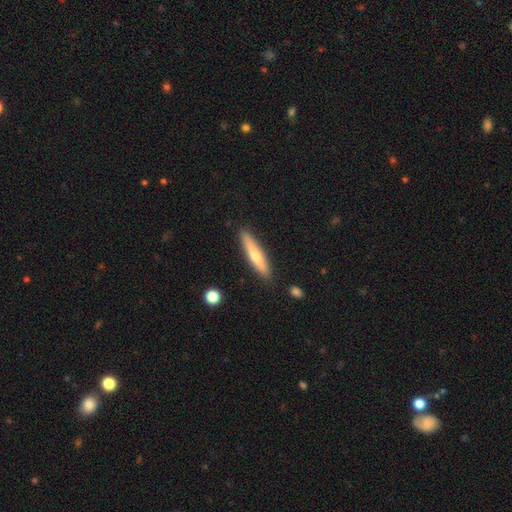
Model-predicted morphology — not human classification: Smooth or featured?
  - smooth: 52% *
  - featured or disk: 43%
  - star or artifact: 6%
How rounded?
  - cigar-shaped: 88% *
  - in between: 11%
  - round: 2%
Merging?
  - none: 89% *
  - minor disturbance: 8%
  - merger: 2%
  - major disturbance: 2%